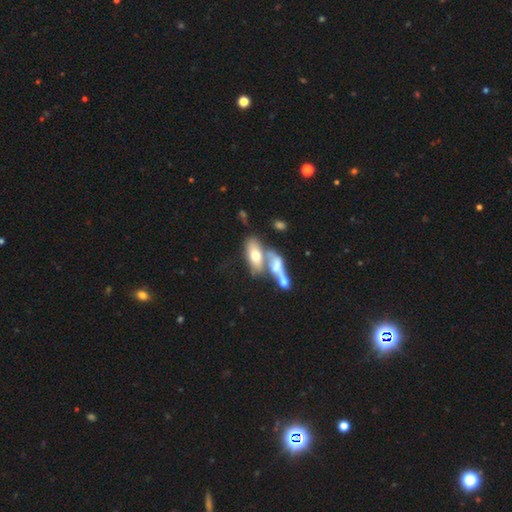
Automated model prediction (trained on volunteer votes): Smooth or featured?
  - smooth: 59% *
  - featured or disk: 33%
  - star or artifact: 8%
How rounded?
  - in between: 81% *
  - cigar-shaped: 15%
  - round: 4%
Merging?
  - merger: 53% *
  - none: 27%
  - minor disturbance: 11%
  - major disturbance: 9%